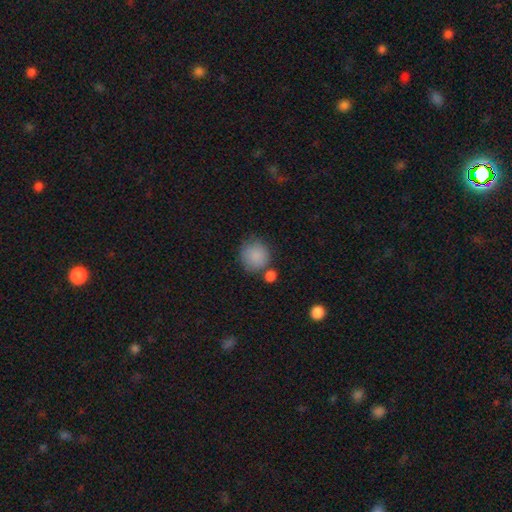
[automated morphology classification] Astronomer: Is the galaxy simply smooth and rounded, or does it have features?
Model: smooth — 87%.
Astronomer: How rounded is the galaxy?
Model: round — 87%.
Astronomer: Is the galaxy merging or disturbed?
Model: none — 64%.